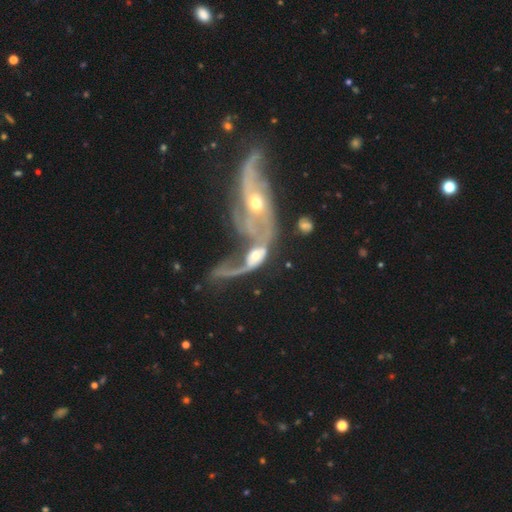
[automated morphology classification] type=featured or disk (66%); edge-on=no (92%); bar=no (70%); spiral arms=yes (62%); bulge=moderate (56%); merging=merger (75%).